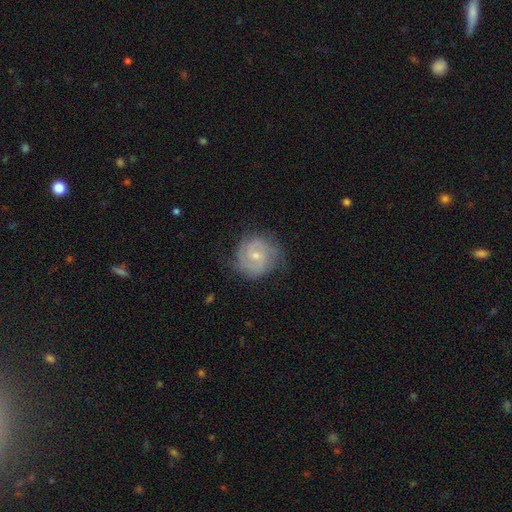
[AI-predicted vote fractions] This appears to be a featured or disk galaxy (78%) with no bar (60%), 2 (56%) tight (58%) spiral arms (94%) and a small central bulge (65%). Merging: none (75%).